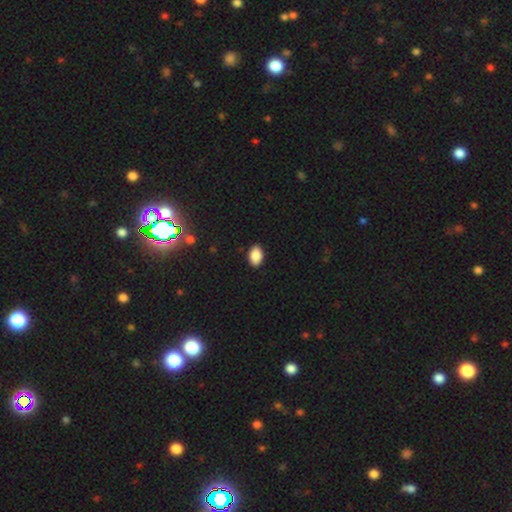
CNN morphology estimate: type=smooth (88%); roundness=in between (90%); merging=none (89%).